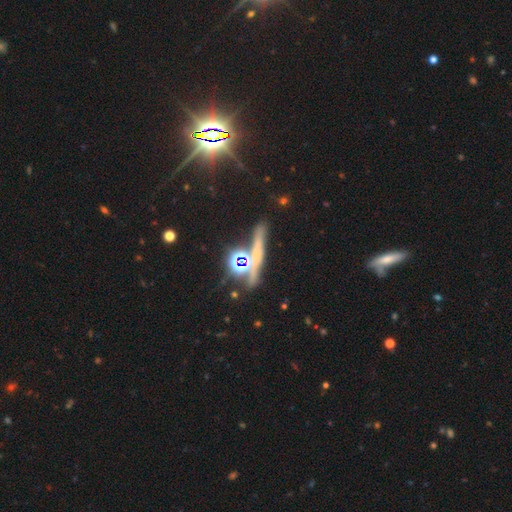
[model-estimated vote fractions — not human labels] Morphology: type=star or artifact (47%).